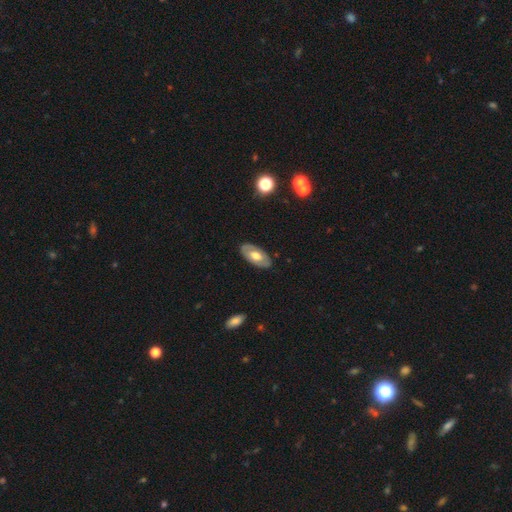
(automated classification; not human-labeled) Q: Smooth or featured?
A: smooth (48%); runner-up: featured or disk (46%)
Q: Merging?
A: none (85%); runner-up: minor disturbance (11%)